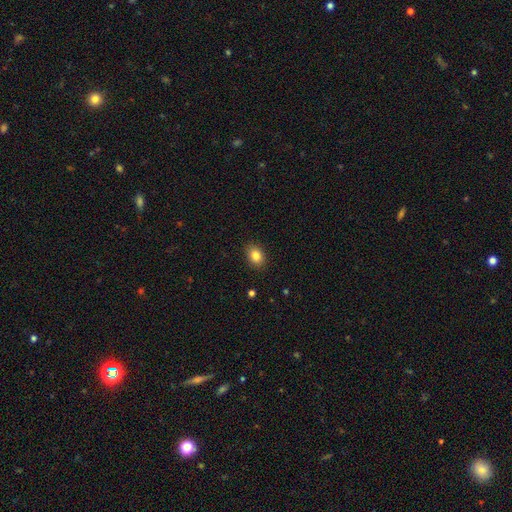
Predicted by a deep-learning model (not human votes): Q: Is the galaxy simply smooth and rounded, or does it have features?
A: smooth — 85%.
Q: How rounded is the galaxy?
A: in between — 67%.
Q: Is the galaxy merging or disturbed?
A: none — 90%.